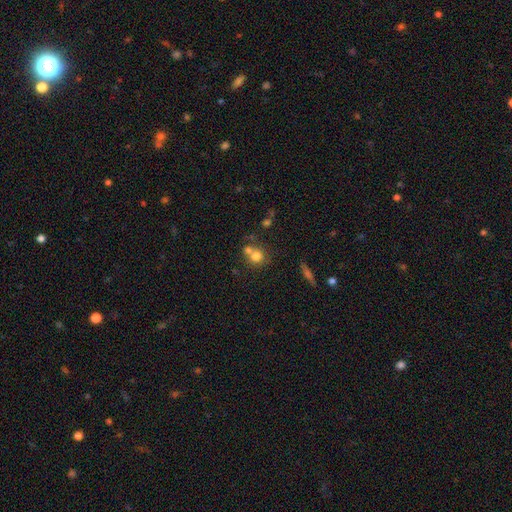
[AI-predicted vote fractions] smooth 73%, featured or disk 14%, star or artifact 12%. Down the decision tree: how rounded — round (84%); merging — merger (45%).